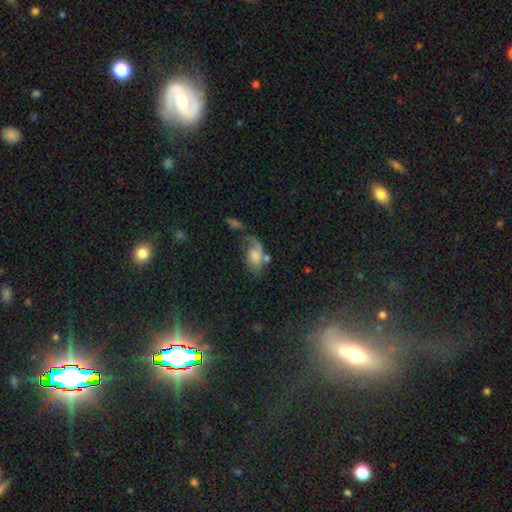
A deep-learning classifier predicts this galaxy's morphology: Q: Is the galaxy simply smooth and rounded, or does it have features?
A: smooth — 49%.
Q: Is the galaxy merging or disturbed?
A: major disturbance — 35%.